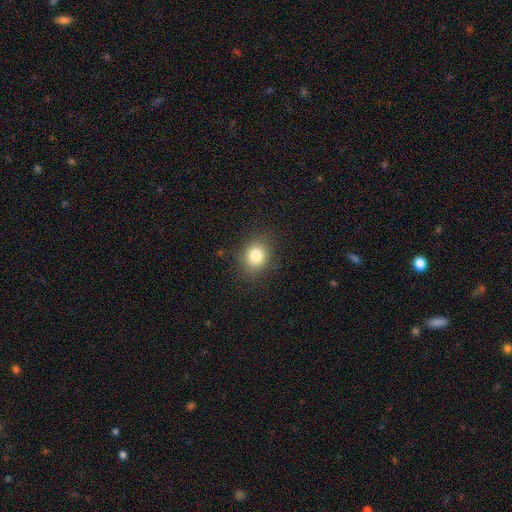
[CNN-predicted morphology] Q: Smooth or featured?
A: smooth (82%); runner-up: star or artifact (11%)
Q: How rounded?
A: round (60%); runner-up: in between (39%)
Q: Merging?
A: none (85%); runner-up: minor disturbance (10%)